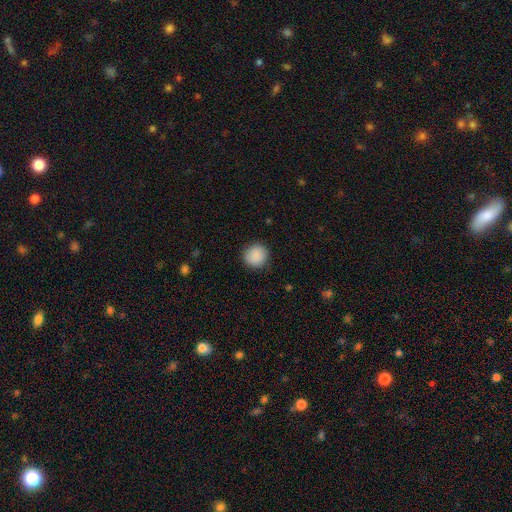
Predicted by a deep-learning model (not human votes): Morphology: type=smooth (90%); roundness=round (92%); merging=none (90%).